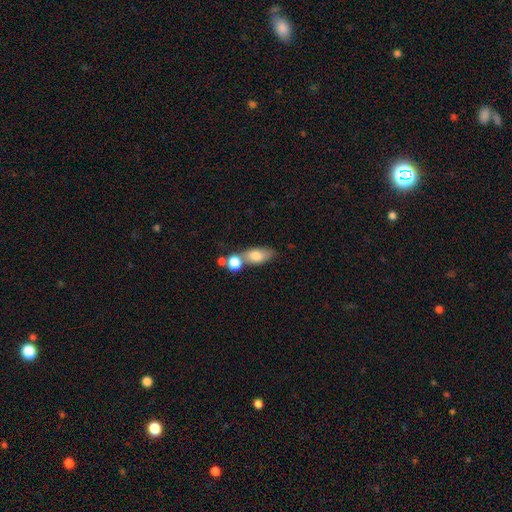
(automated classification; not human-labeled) This is likely a smooth galaxy (76%). How rounded: likely in between (76%). Merging: marginally none (41%, tied with merger).